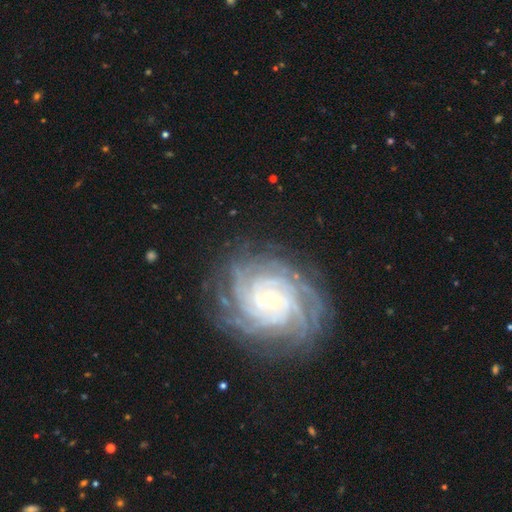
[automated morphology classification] The model was most divided on "spiral arm count": can't tell: 26%, 4: 17%, 3: 16%, 2: 16%, more than 4: 16%, 1: 9%. More confident: spiral arms — yes (98%); edge-on disk — no (97%); merging — none (83%); smooth or featured — featured or disk (81%); spiral winding — tight (81%); bulge size — small (70%); bar — no (67%).